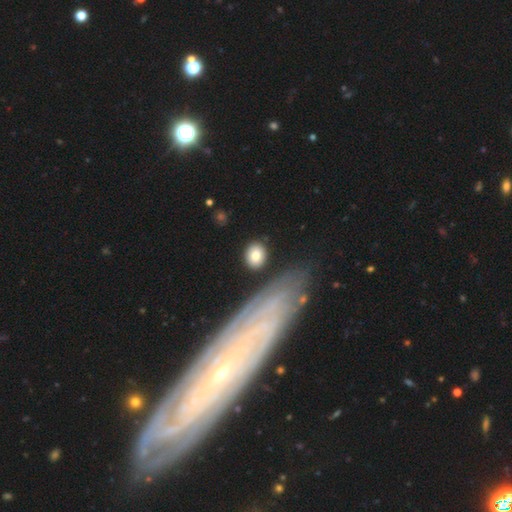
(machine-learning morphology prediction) This appears to be a smooth galaxy with no disk features (80%) that is round (55%). Merging: none (81%).